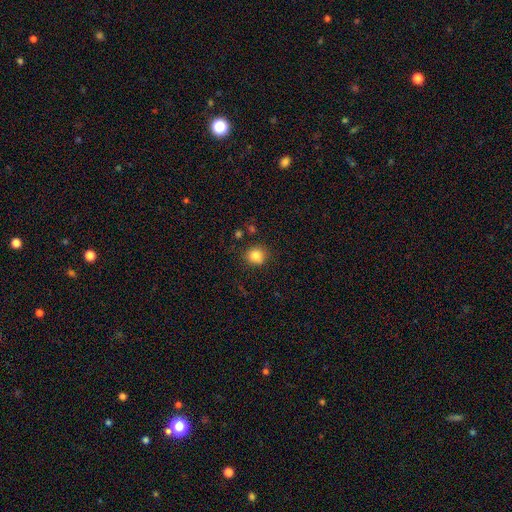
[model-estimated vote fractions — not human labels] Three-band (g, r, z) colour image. It shows a smooth galaxy with no disk features (84%) that is round (86%). Merging: none (84%).